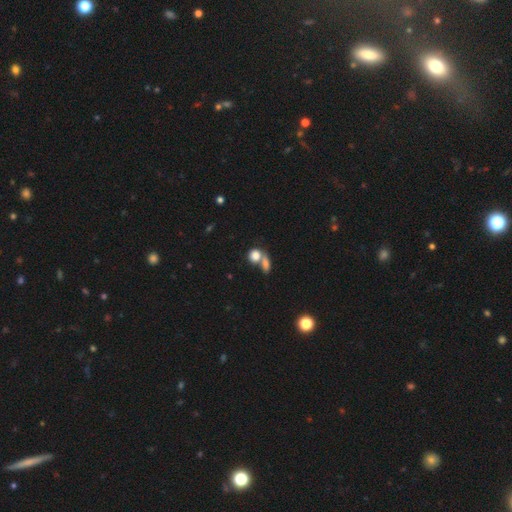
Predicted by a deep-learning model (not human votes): Smooth or featured: smooth — 80% (star or artifact — 10%)
How rounded: round — 63% (in between — 34%)
Merging: merger — 51% (none — 37%)